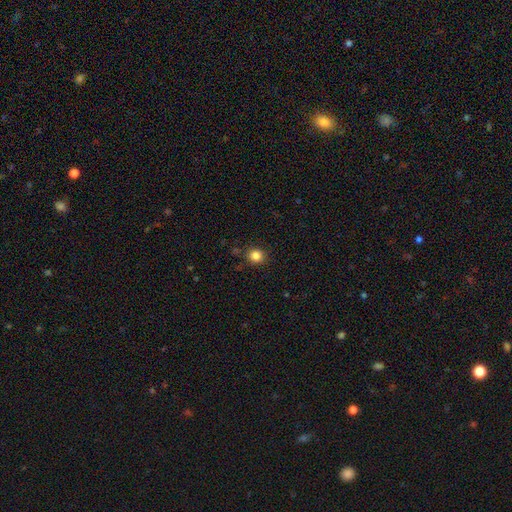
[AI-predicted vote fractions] A smooth galaxy with no disk features (84%) that is round (88%). Merging: none (87%).